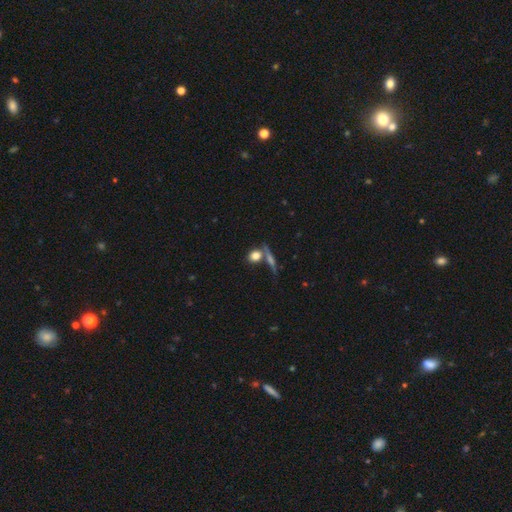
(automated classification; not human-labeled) smooth-or-featured: smooth: 74% | featured or disk: 15% | star or artifact: 11%
  how-rounded: round: 62% | in between: 30% | cigar-shaped: 8%
  merging: none: 59% | merger: 25% | minor disturbance: 11% | major disturbance: 5%